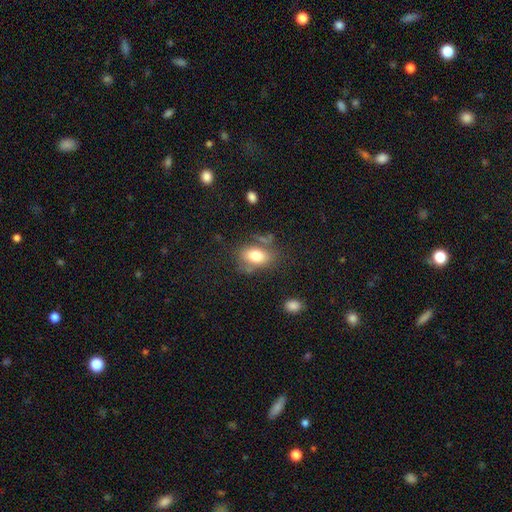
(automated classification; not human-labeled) smooth_or_featured: smooth (p=0.76) [alt: featured or disk p=0.15]
how_rounded: in between (p=0.83) [alt: round p=0.15]
merging: none (p=0.61) [alt: minor disturbance p=0.21]